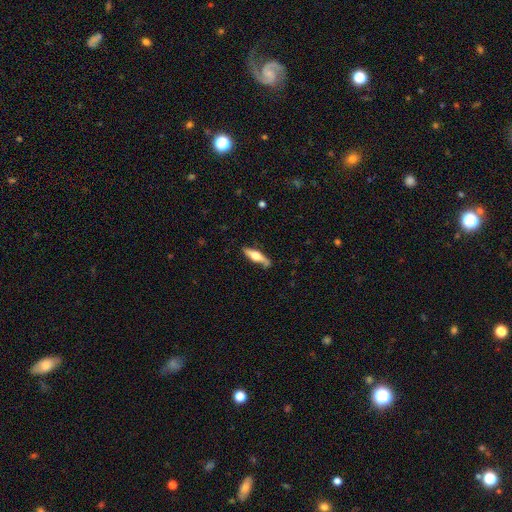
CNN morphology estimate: featured or disk 57%, smooth 38%, star or artifact 5%. Down the decision tree: edge-on disk — yes (88%); edge-on bulge — rounded (93%); merging — none (79%).